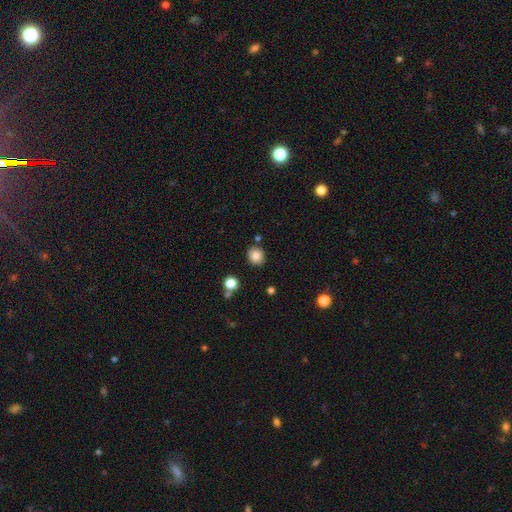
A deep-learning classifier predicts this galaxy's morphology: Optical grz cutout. It shows a smooth galaxy with no disk features (83%) that is round (80%). Merging: none (85%).